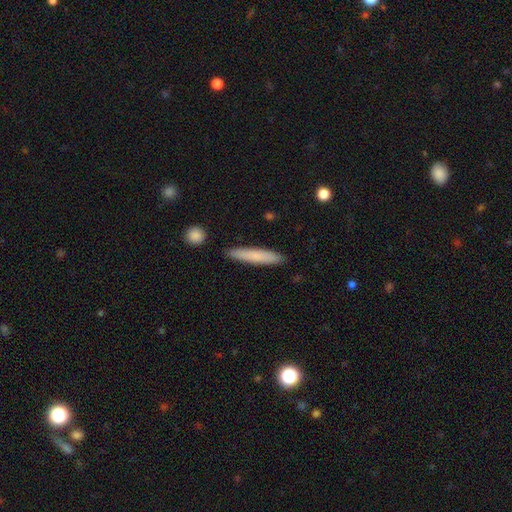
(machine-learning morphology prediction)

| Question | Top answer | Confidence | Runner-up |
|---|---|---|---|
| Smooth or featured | smooth | 77% | featured or disk (17%) |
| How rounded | cigar-shaped | 91% | in between (7%) |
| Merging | none | 88% | minor disturbance (8%) |